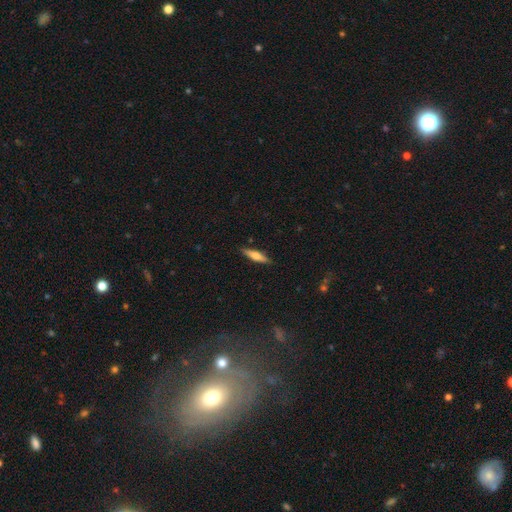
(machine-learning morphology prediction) type=smooth (54%); roundness=cigar-shaped (77%); merging=none (89%).